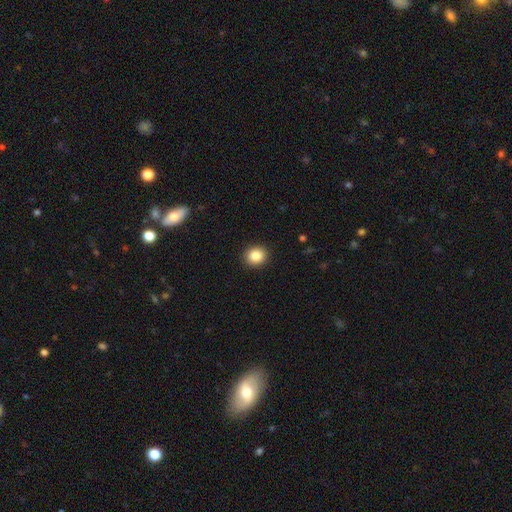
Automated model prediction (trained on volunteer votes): Smooth or featured: smooth — 86% (star or artifact — 9%)
How rounded: round — 82% (in between — 17%)
Merging: none — 92% (minor disturbance — 5%)